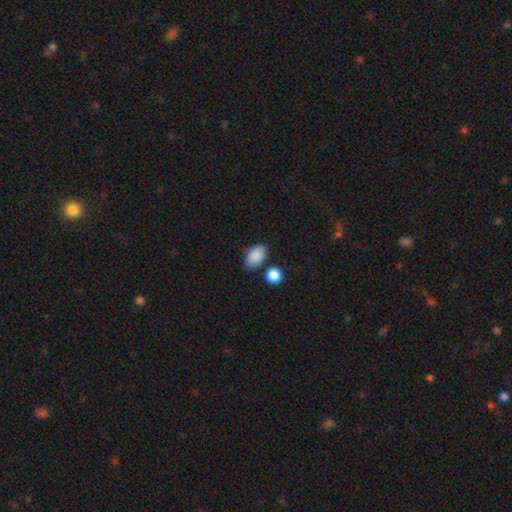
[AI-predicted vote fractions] A smooth galaxy with no disk features (88%) that is in between round and cigar-shaped (89%).

Vote fractions:
- Smooth or featured? smooth: 88% / star or artifact: 7% / featured or disk: 5%
- How rounded? in between: 89% / round: 9% / cigar-shaped: 1%
- Merging? none: 76% / minor disturbance: 15% / merger: 6% / major disturbance: 3%